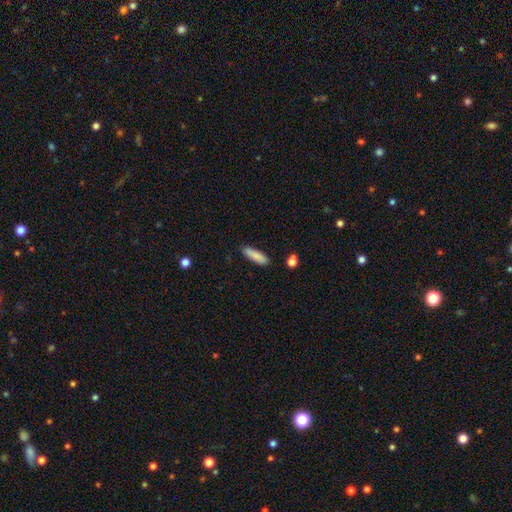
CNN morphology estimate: This appears to be a smooth galaxy with no disk features (86%) that is cigar-shaped (66%). Merging: none (87%).